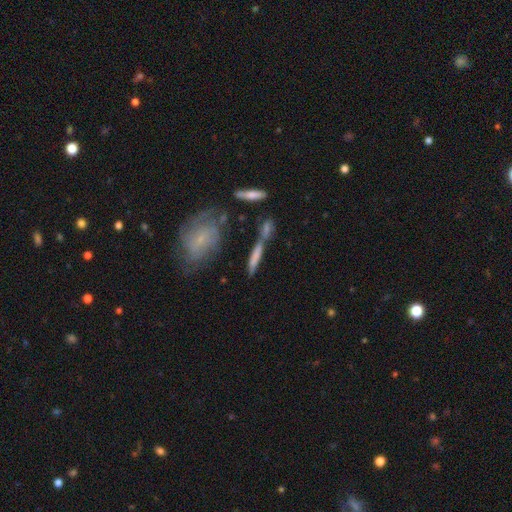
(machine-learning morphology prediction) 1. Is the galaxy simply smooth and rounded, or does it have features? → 54% smooth, 37% featured or disk, 9% star or artifact.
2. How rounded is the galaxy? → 81% cigar-shaped, 15% in between, 4% round.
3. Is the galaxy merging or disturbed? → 44% none, 33% merger, 15% minor disturbance, 8% major disturbance.